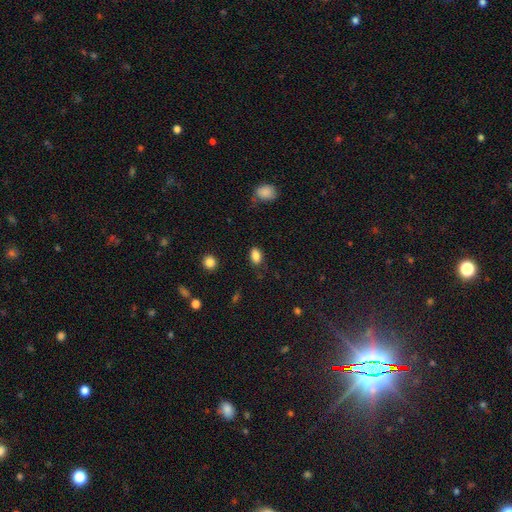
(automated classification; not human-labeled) Q: Smooth or featured?
A: smooth (86%); runner-up: star or artifact (9%)
Q: How rounded?
A: in between (85%); runner-up: round (13%)
Q: Merging?
A: none (80%); runner-up: minor disturbance (14%)